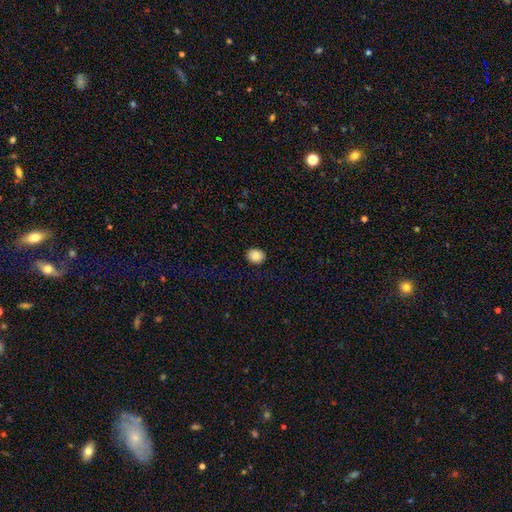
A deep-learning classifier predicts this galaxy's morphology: A smooth galaxy with no disk features (88%) that is round (60%).

Vote fractions:
- Smooth or featured? smooth: 88% / star or artifact: 9% / featured or disk: 4%
- How rounded? round: 60% / in between: 39% / cigar-shaped: 1%
- Merging? none: 89% / minor disturbance: 8% / major disturbance: 2% / merger: 1%